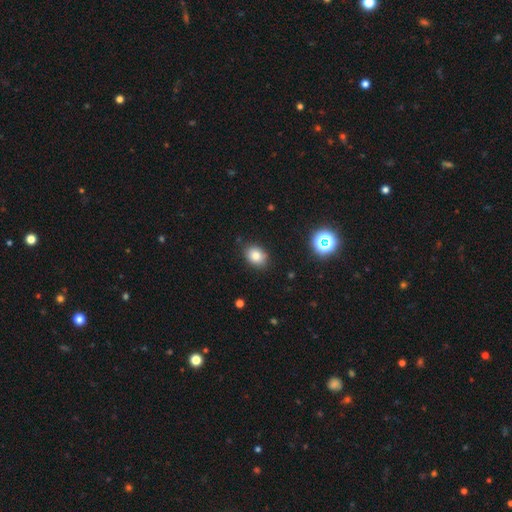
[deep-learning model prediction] Smooth or featured?
  - smooth: 81% *
  - star or artifact: 12%
  - featured or disk: 7%
How rounded?
  - in between: 62% *
  - round: 37%
  - cigar-shaped: 1%
Merging?
  - none: 86% *
  - minor disturbance: 10%
  - major disturbance: 2%
  - merger: 2%